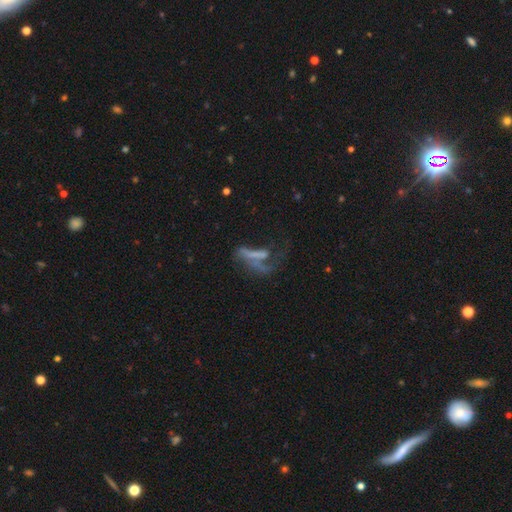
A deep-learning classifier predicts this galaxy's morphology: A featured or disk galaxy (46%).

Vote fractions:
- Smooth or featured? featured or disk: 46% / smooth: 38% / star or artifact: 16%
- Merging? major disturbance: 43% / none: 24% / merger: 19% / minor disturbance: 13%